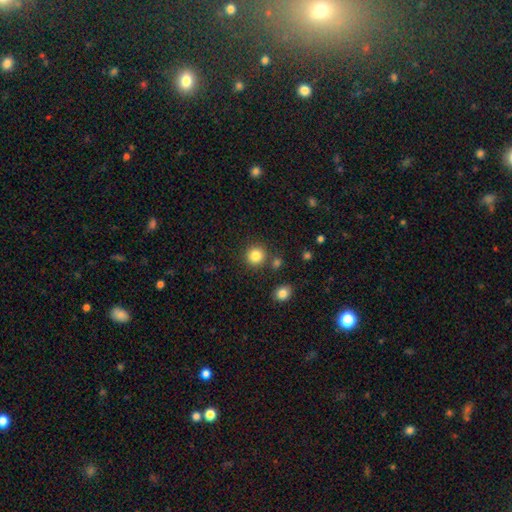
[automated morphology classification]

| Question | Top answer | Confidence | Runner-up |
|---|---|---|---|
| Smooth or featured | smooth | 85% | star or artifact (10%) |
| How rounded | round | 93% | in between (6%) |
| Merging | none | 84% | minor disturbance (7%) |